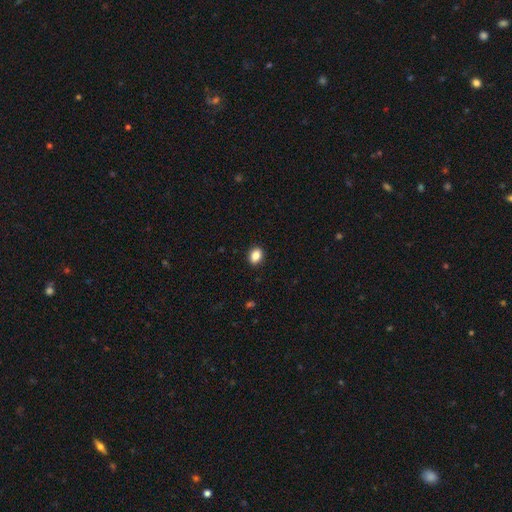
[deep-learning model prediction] Smooth or featured? Predicted: smooth (p=0.87). How rounded? Predicted: in between (p=0.66). Merging? Predicted: none (p=0.91).